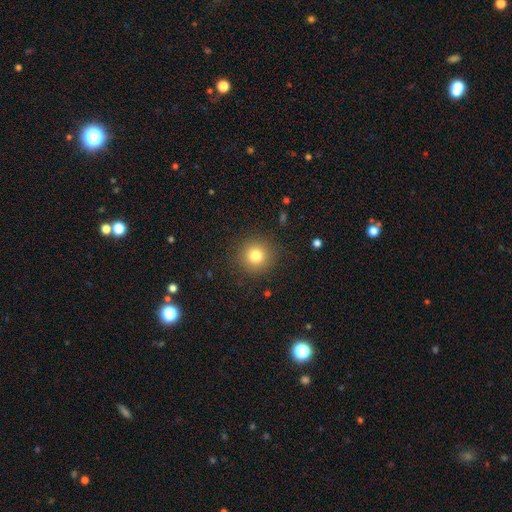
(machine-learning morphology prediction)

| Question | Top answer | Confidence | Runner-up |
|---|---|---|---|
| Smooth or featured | smooth | 79% | star or artifact (12%) |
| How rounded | round | 94% | in between (5%) |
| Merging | none | 89% | minor disturbance (7%) |